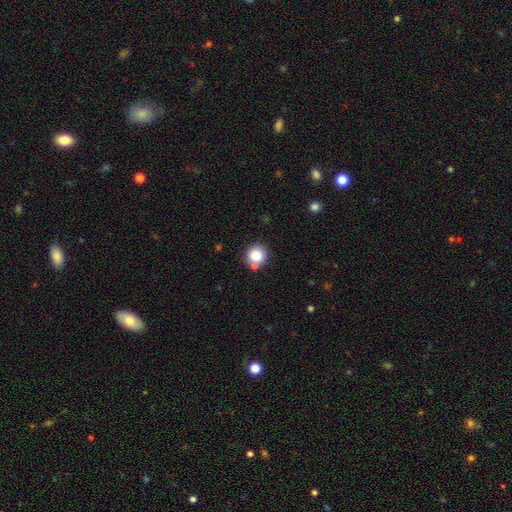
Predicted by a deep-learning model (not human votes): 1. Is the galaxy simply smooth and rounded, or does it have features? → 83% smooth, 10% star or artifact, 7% featured or disk.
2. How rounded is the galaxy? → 89% round, 10% in between, 1% cigar-shaped.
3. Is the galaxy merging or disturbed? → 74% none, 12% merger, 11% minor disturbance, 3% major disturbance.